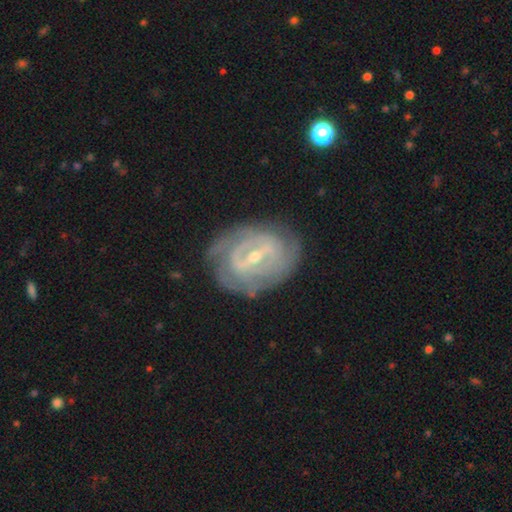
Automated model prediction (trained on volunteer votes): Q: Smooth or featured?
A: featured or disk (85%); runner-up: smooth (10%)
Q: Edge-on disk?
A: no (95%); runner-up: yes (5%)
Q: Bar?
A: strong (50%); runner-up: weak (38%)
Q: Spiral arms?
A: yes (84%); runner-up: no (16%)
Q: Spiral winding?
A: tight (67%); runner-up: medium (25%)
Q: Spiral arm count?
A: can't tell (39%); runner-up: 2 (35%)
Q: Bulge size?
A: small (63%); runner-up: moderate (34%)
Q: Merging?
A: none (74%); runner-up: minor disturbance (17%)